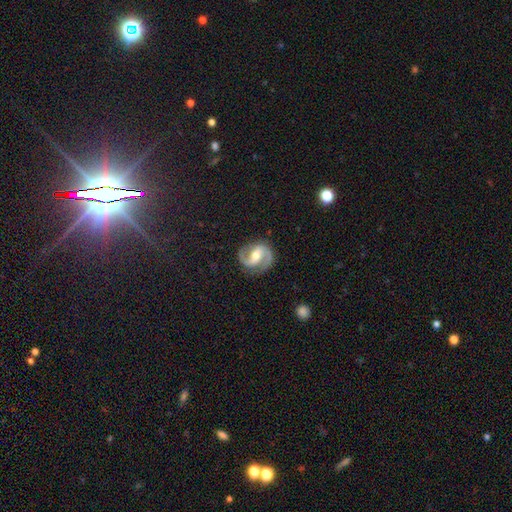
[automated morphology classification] This appears to be a featured or disk galaxy (90%) with a weak bar (41%), 2 (94%) medium (59%) spiral arms (97%) and a moderate central bulge (70%). Merging: none (85%).